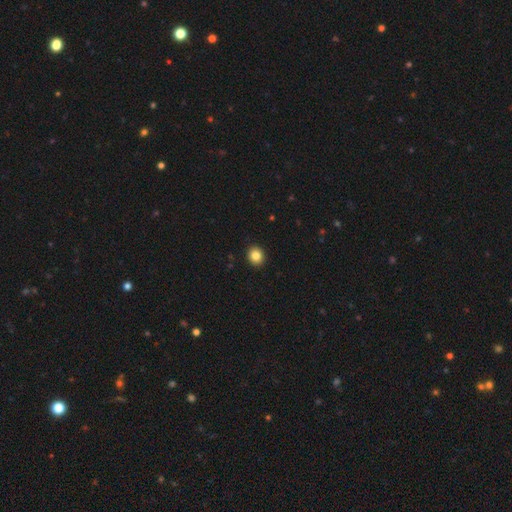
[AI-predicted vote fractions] Morphology: type=smooth (84%); roundness=round (76%); merging=none (93%).